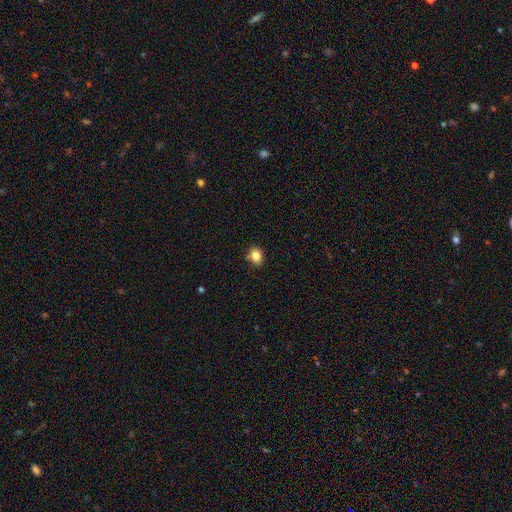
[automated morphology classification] The model was most divided on "how rounded": round: 56%, in between: 43%, cigar-shaped: 1%. More confident: smooth or featured — smooth (81%); merging — none (79%).